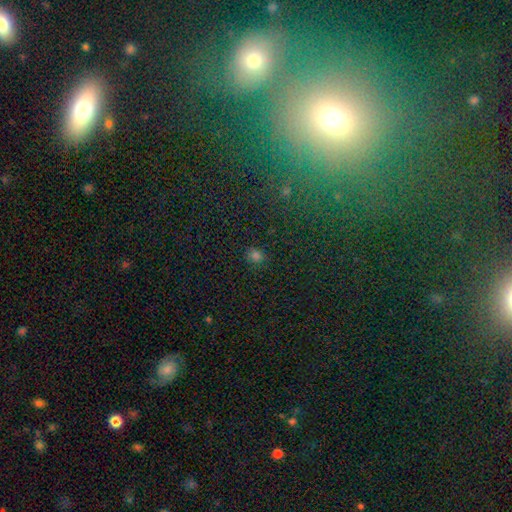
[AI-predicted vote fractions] Smooth or featured? smooth (73%)
How rounded? round (73%)
Merging? none (85%)